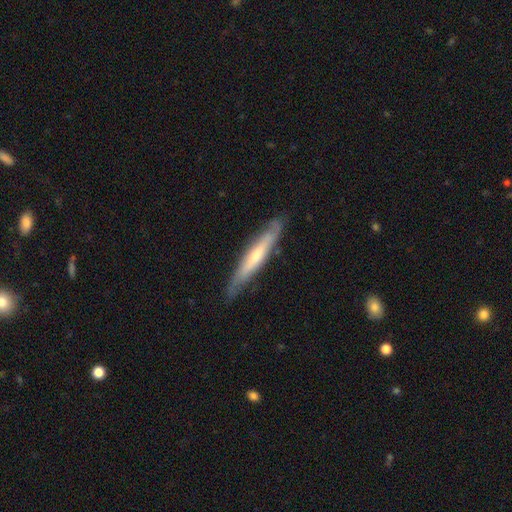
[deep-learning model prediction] smooth-or-featured: featured or disk: 62% | smooth: 31% | star or artifact: 6%
  disk-edge-on: yes: 88% | no: 12%
    edge-on-bulge: rounded: 68% | none: 26% | boxy: 6%
  merging: none: 85% | minor disturbance: 12% | major disturbance: 2% | merger: 1%